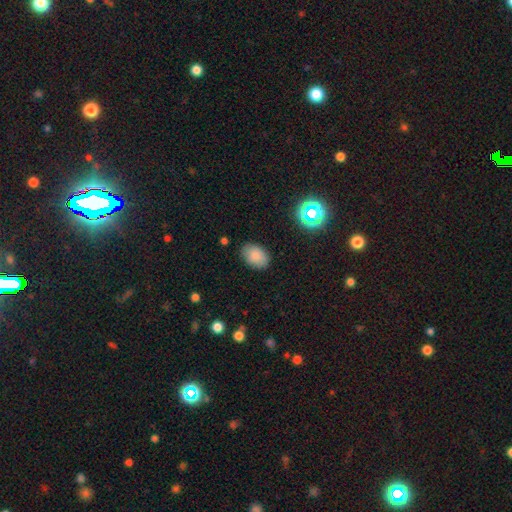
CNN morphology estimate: This appears to be a smooth galaxy with no disk features (81%) that is in between round and cigar-shaped (83%). Merging: none (83%).